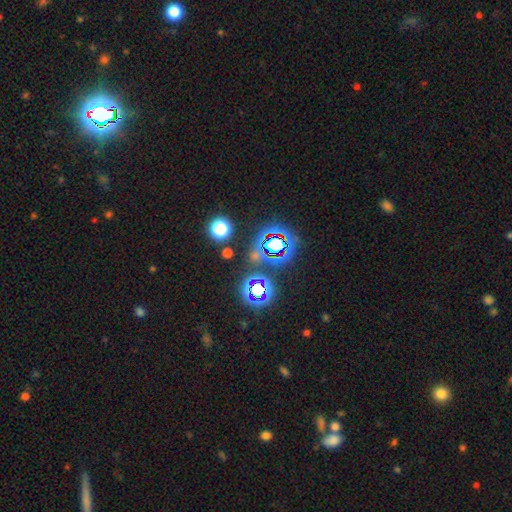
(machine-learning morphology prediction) Q: Smooth or featured?
A: star or artifact (71%); runner-up: smooth (19%)